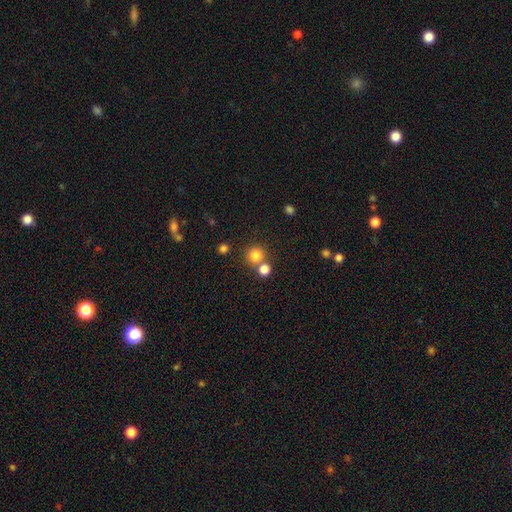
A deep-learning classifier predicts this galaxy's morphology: Smooth or featured? Predicted: smooth (p=0.80). How rounded? Predicted: round (p=0.92). Merging? Predicted: none (p=0.69).